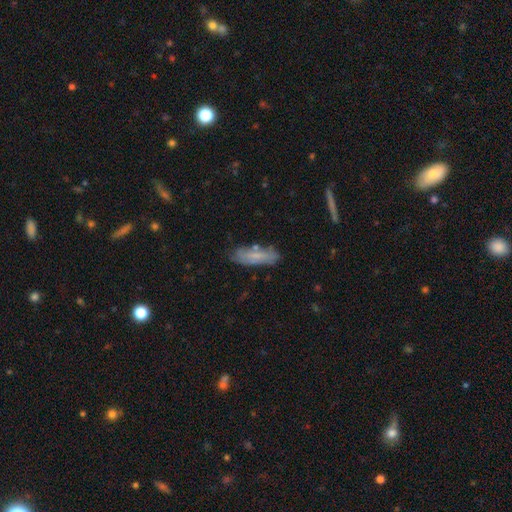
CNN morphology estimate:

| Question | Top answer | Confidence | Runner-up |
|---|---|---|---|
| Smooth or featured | smooth | 64% | featured or disk (29%) |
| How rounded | cigar-shaped | 50% | in between (48%) |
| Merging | none | 71% | minor disturbance (20%) |